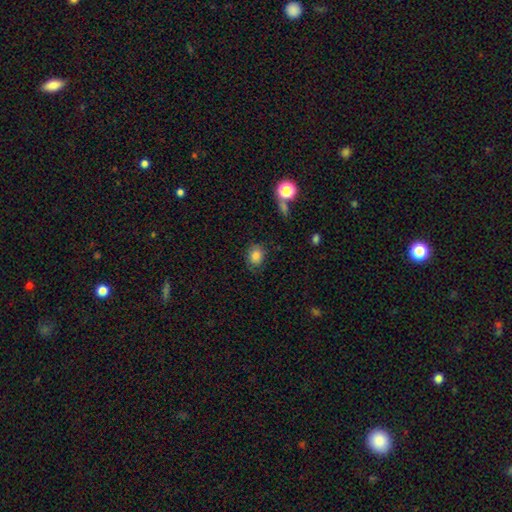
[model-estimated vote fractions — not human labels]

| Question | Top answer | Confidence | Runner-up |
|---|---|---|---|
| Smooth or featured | smooth | 81% | star or artifact (11%) |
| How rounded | round | 51% | in between (48%) |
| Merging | none | 79% | minor disturbance (15%) |